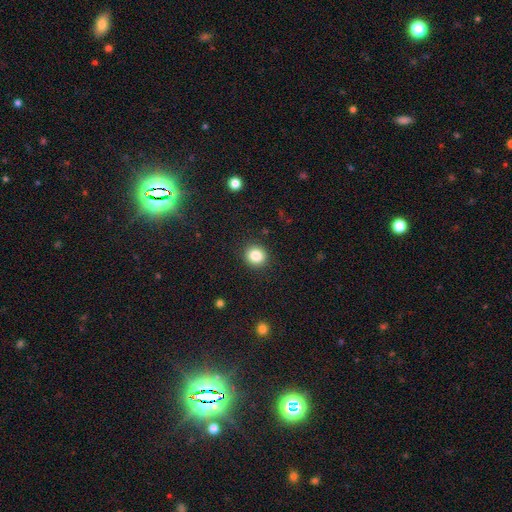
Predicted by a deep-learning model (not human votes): A smooth galaxy with no disk features (85%) that is round (89%).

Vote fractions:
- Smooth or featured? smooth: 85% / star or artifact: 10% / featured or disk: 5%
- How rounded? round: 89% / in between: 10% / cigar-shaped: 1%
- Merging? none: 91% / minor disturbance: 6% / major disturbance: 2% / merger: 1%